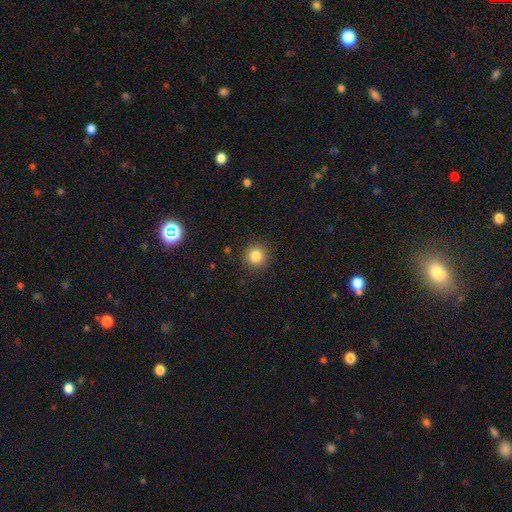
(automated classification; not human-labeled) smooth_or_featured: smooth (p=0.83) [alt: star or artifact p=0.11]
how_rounded: round (p=0.93) [alt: in between p=0.06]
merging: none (p=0.90) [alt: minor disturbance p=0.07]